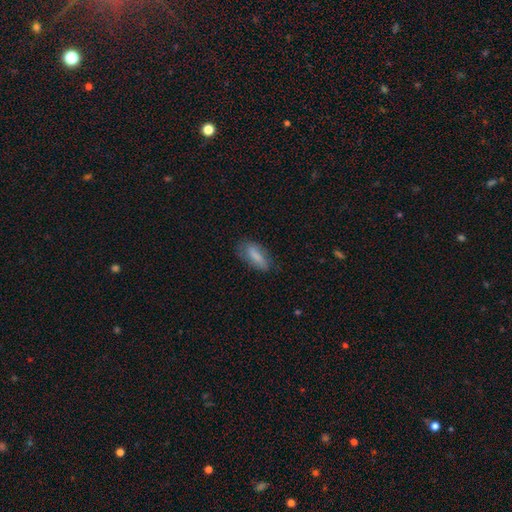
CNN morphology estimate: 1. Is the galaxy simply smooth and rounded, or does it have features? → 77% smooth, 16% featured or disk, 7% star or artifact.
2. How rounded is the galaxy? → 72% in between, 25% cigar-shaped, 3% round.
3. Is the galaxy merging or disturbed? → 68% none, 23% minor disturbance, 7% major disturbance, 2% merger.